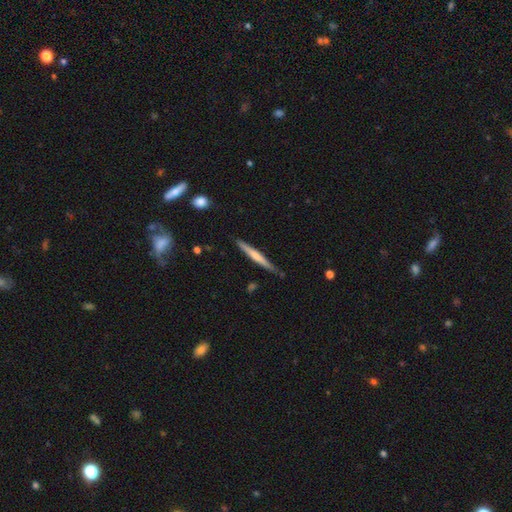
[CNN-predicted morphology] smooth-or-featured: smooth: 49% | featured or disk: 46% | star or artifact: 5%
  merging: none: 84% | minor disturbance: 12% | merger: 2% | major disturbance: 2%